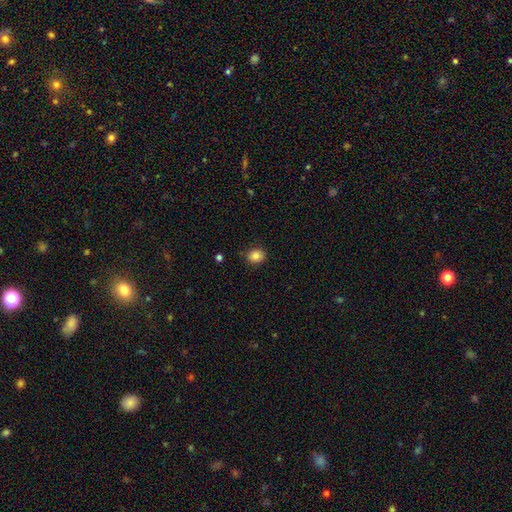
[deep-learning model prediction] Morphology: type=smooth (84%); roundness=round (62%); merging=none (87%).